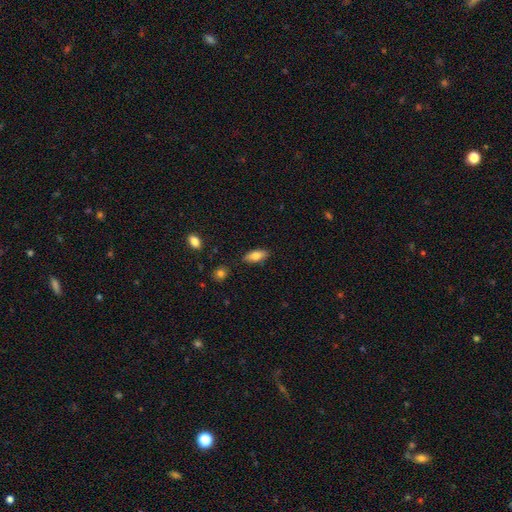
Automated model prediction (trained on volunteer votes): smooth_or_featured: smooth (p=0.80) [alt: featured or disk p=0.13]
how_rounded: in between (p=0.81) [alt: cigar-shaped p=0.16]
merging: none (p=0.84) [alt: minor disturbance p=0.12]